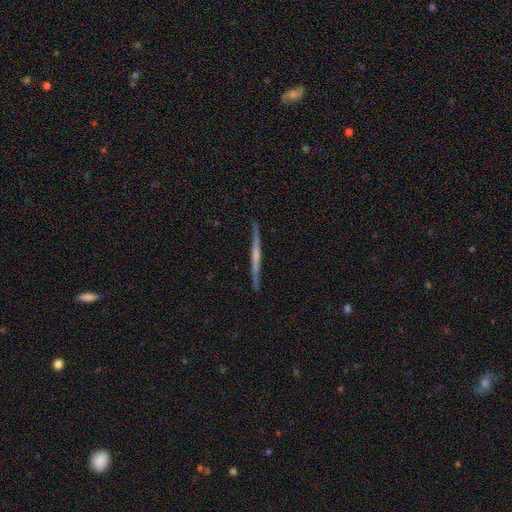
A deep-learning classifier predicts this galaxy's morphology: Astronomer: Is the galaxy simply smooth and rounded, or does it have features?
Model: featured or disk — 67%.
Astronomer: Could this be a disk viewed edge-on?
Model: yes — 98%.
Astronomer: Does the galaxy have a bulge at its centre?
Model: none — 65%.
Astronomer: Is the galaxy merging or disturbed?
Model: none — 90%.